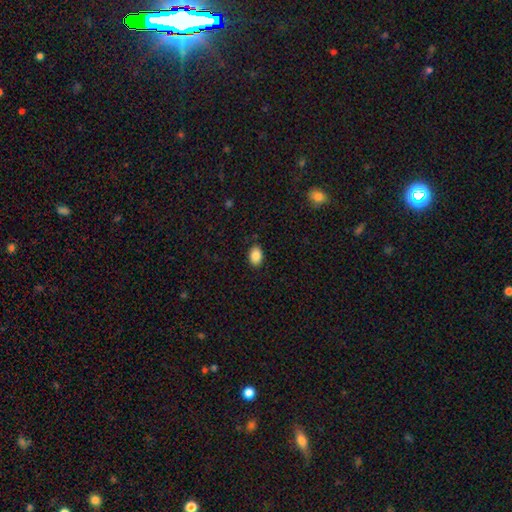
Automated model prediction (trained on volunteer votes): Overall: smooth (88%). How rounded: in between (82%). Merging: none (86%).